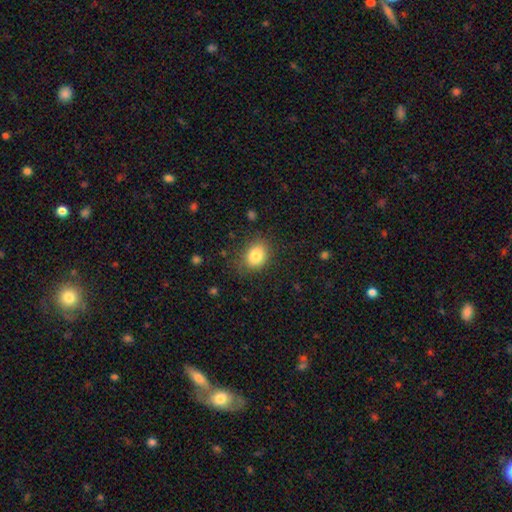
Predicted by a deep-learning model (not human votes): smooth-or-featured: smooth: 82% | star or artifact: 10% | featured or disk: 8%
  how-rounded: in between: 54% | round: 45% | cigar-shaped: 1%
  merging: none: 79% | minor disturbance: 15% | major disturbance: 5% | merger: 1%